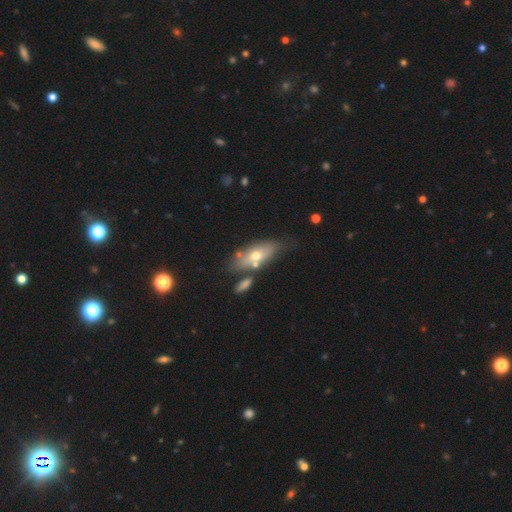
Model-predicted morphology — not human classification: Smooth or featured? Predicted: smooth (p=0.51). How rounded? Predicted: in between (p=0.71). Merging? Predicted: none (p=0.59).